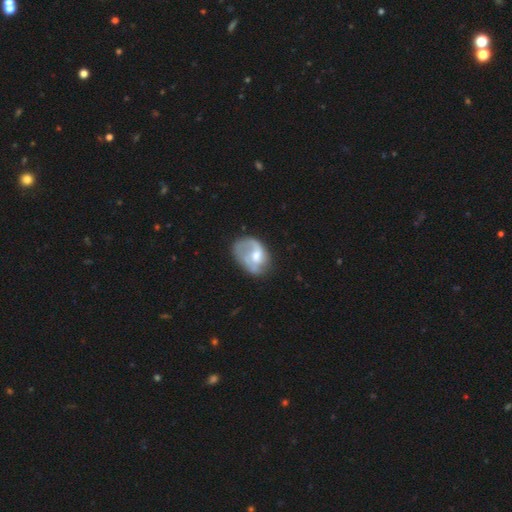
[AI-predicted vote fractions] Morphology: type=featured or disk (61%); edge-on=no (97%); bar=no (61%); spiral arms=yes (67%); bulge=moderate (59%); merging=none (40%).